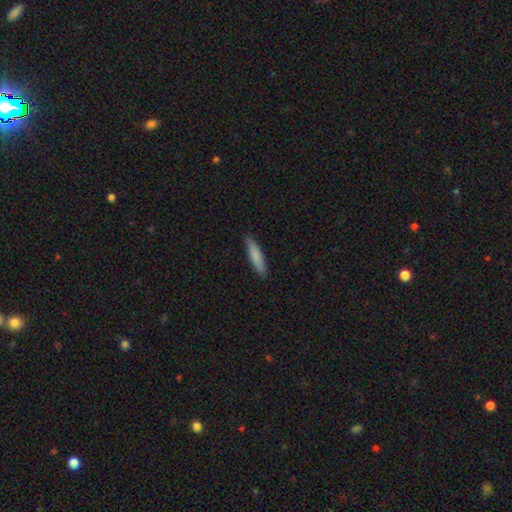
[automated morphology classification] Smooth or featured?
  - smooth: 82% *
  - featured or disk: 12%
  - star or artifact: 6%
How rounded?
  - cigar-shaped: 83% *
  - in between: 15%
  - round: 1%
Merging?
  - none: 88% *
  - minor disturbance: 10%
  - major disturbance: 2%
  - merger: 1%